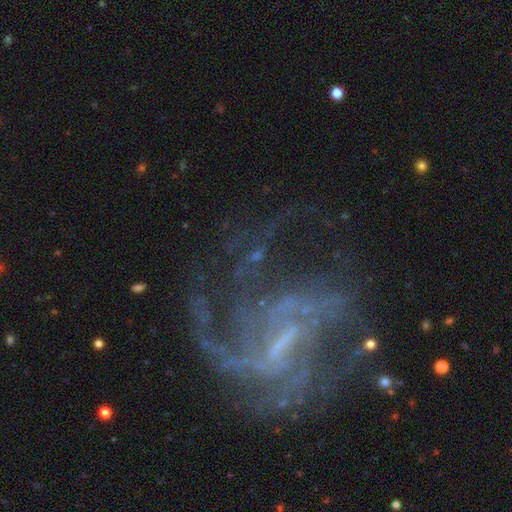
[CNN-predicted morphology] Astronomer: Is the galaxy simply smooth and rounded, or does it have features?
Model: featured or disk — 71%.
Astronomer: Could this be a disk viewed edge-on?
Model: no — 93%.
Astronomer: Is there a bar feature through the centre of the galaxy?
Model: strong — 41% (runner-up: weak, 35%).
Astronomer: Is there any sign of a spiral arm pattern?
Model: yes — 87%.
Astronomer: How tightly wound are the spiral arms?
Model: medium — 41% (runner-up: tight, 34%).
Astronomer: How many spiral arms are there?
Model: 2 — 39% (runner-up: can't tell, 22%).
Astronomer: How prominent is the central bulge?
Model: small — 53%.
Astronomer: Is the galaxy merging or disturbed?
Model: none — 59%.